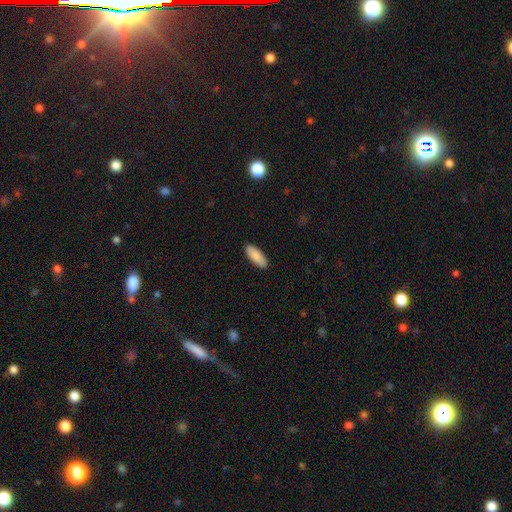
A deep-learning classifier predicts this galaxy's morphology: Smooth or featured? smooth (89%)
How rounded? in between (73%)
Merging? none (90%)